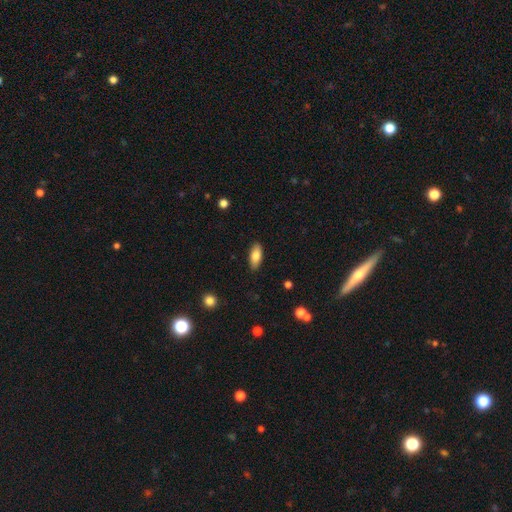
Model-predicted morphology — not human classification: Q: Smooth or featured?
A: smooth (81%); runner-up: featured or disk (12%)
Q: How rounded?
A: in between (81%); runner-up: cigar-shaped (17%)
Q: Merging?
A: none (88%); runner-up: minor disturbance (9%)